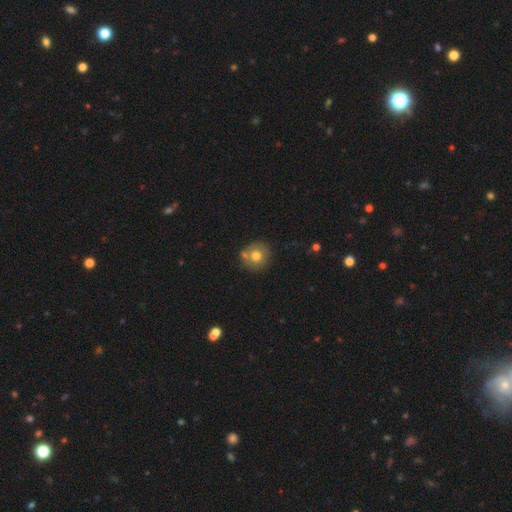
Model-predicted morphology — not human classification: Smooth or featured: smooth — 74% (featured or disk — 16%)
How rounded: round — 90% (in between — 9%)
Merging: none — 69% (merger — 16%)